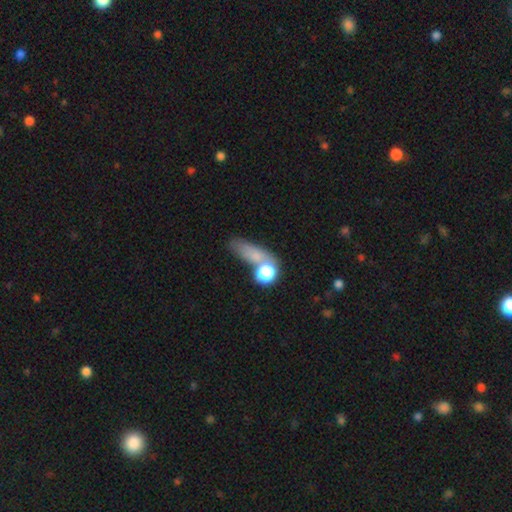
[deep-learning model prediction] smooth 68%, star or artifact 16%, featured or disk 15%. Down the decision tree: how rounded — in between (47%); merging — none (46%).